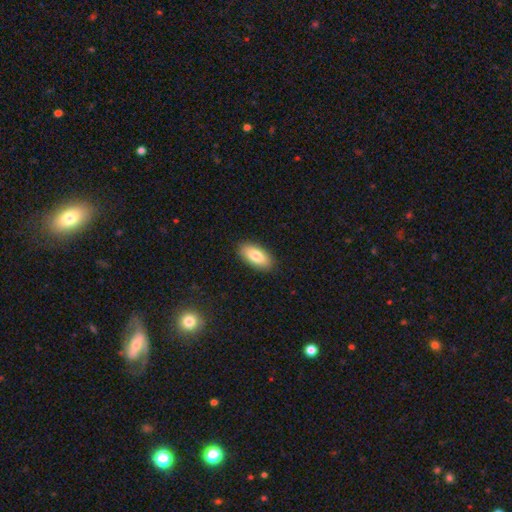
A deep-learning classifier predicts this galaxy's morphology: A smooth galaxy with no disk features (83%) that is in between round and cigar-shaped (90%).

Vote fractions:
- Smooth or featured? smooth: 83% / featured or disk: 11% / star or artifact: 6%
- How rounded? in between: 90% / cigar-shaped: 8% / round: 2%
- Merging? none: 89% / minor disturbance: 8% / major disturbance: 2% / merger: 1%